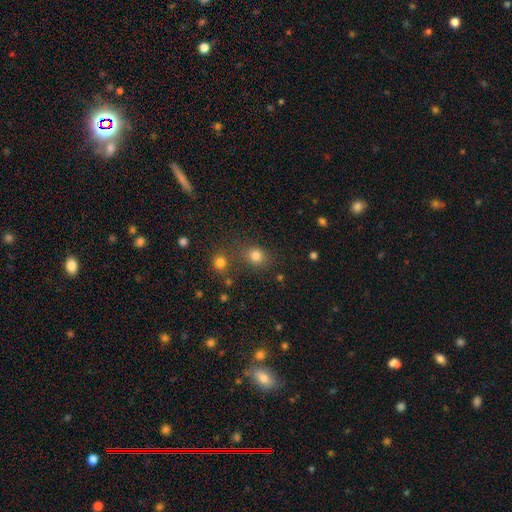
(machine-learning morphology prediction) smooth-or-featured: smooth: 79% | star or artifact: 15% | featured or disk: 6%
  how-rounded: round: 74% | in between: 24% | cigar-shaped: 1%
  merging: none: 63% | merger: 20% | minor disturbance: 11% | major disturbance: 5%